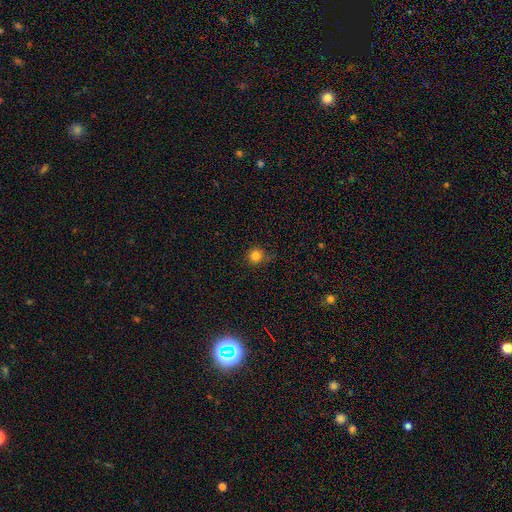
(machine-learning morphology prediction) smooth_or_featured: smooth (p=0.83) [alt: star or artifact p=0.13]
how_rounded: round (p=0.93) [alt: in between p=0.06]
merging: none (p=0.80) [alt: minor disturbance p=0.14]